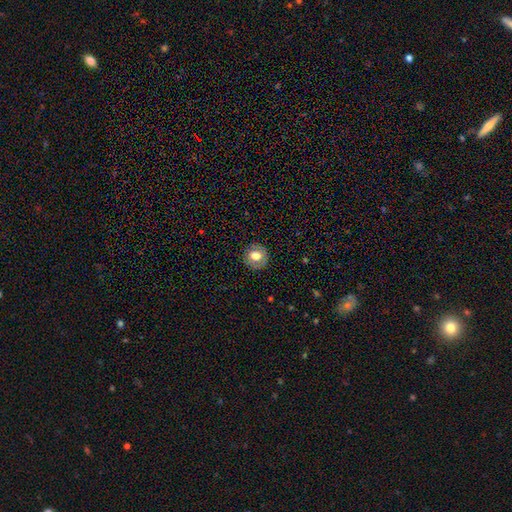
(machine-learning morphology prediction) Overall: smooth (68%). How rounded: round (90%). Merging: none (86%).